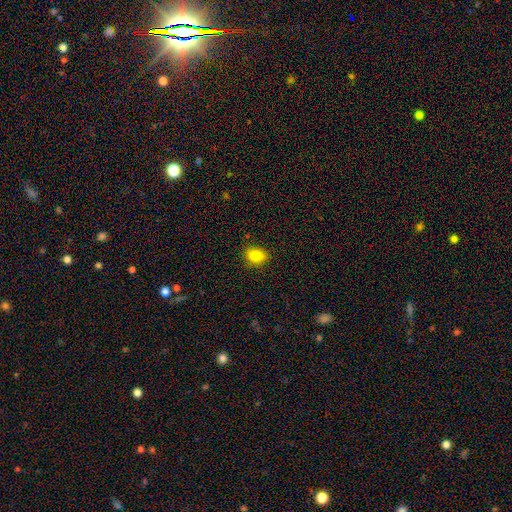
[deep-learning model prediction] Smooth or featured? Predicted: smooth (p=0.86). How rounded? Predicted: in between (p=0.77). Merging? Predicted: none (p=0.83).